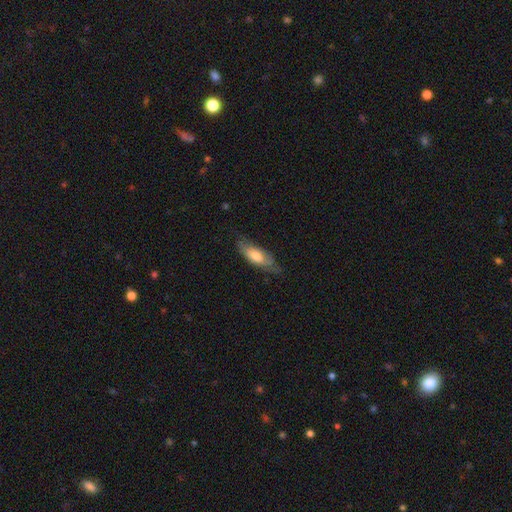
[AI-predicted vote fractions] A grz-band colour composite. It shows a smooth galaxy with no disk features (62%) that is in between round and cigar-shaped (62%). Merging: none (61%).